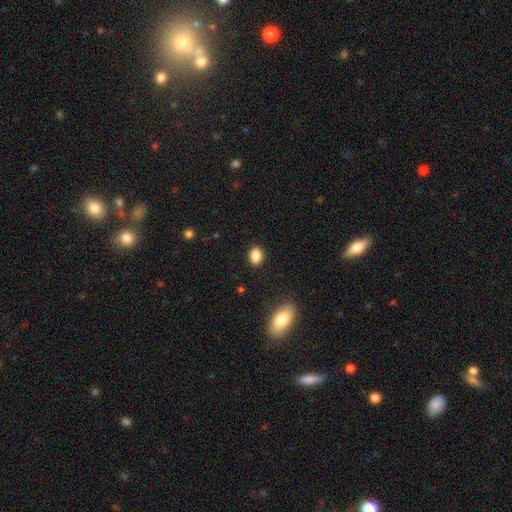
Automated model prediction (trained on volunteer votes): A smooth galaxy with no disk features (87%) that is in between round and cigar-shaped (67%).

Vote fractions:
- Smooth or featured? smooth: 87% / star or artifact: 9% / featured or disk: 4%
- How rounded? in between: 67% / round: 32% / cigar-shaped: 1%
- Merging? none: 89% / minor disturbance: 7% / major disturbance: 2% / merger: 1%